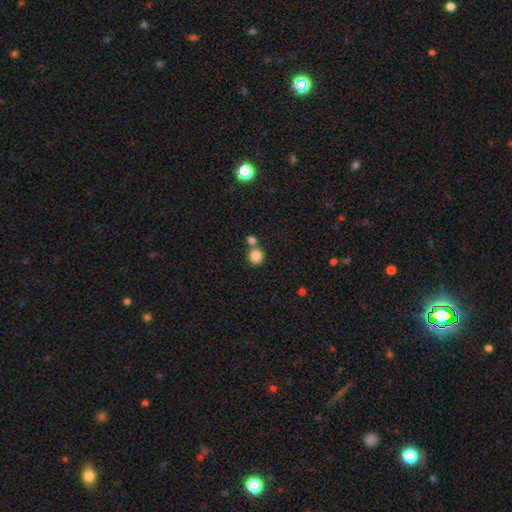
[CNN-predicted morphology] Smooth or featured? smooth (84%)
How rounded? round (88%)
Merging? none (60%)